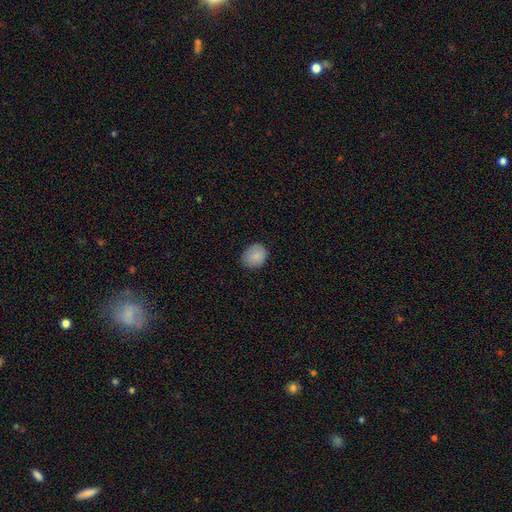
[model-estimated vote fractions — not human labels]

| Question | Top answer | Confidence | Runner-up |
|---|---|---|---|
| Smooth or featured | smooth | 87% | star or artifact (8%) |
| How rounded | round | 67% | in between (32%) |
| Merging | none | 82% | minor disturbance (14%) |